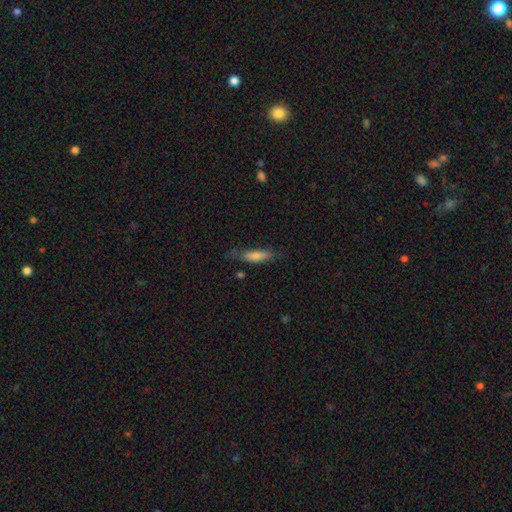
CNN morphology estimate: Smooth or featured? Predicted: smooth (p=0.72). How rounded? Predicted: cigar-shaped (p=0.60). Merging? Predicted: none (p=0.64).